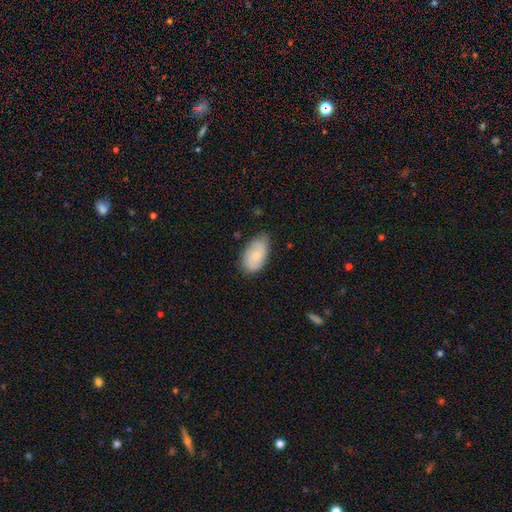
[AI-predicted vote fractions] The model was most divided on "merging": none: 73%, minor disturbance: 22%, major disturbance: 3%, merger: 1%. More confident: how rounded — in between (94%); smooth or featured — smooth (73%).